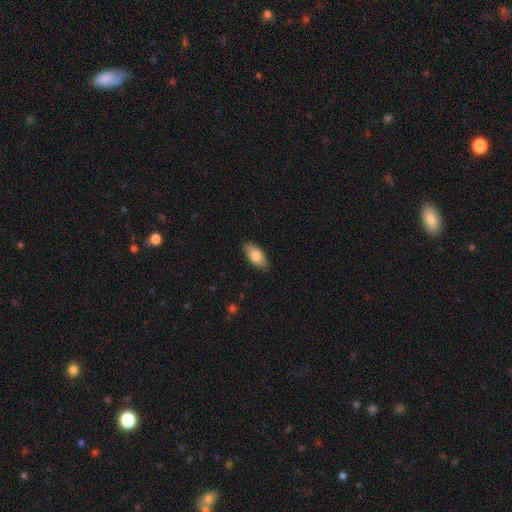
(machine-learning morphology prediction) Overall: smooth (80%). How rounded: in between (90%). Merging: none (86%).